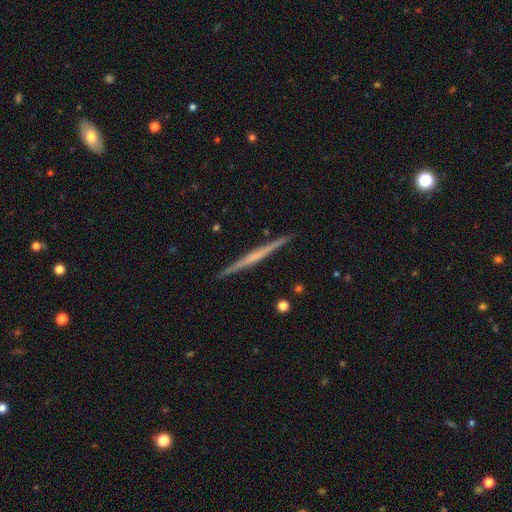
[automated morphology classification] Q: Smooth or featured?
A: featured or disk (69%); runner-up: smooth (26%)
Q: Edge-on disk?
A: yes (98%); runner-up: no (2%)
Q: Edge-on bulge?
A: none (62%); runner-up: rounded (28%)
Q: Merging?
A: none (92%); runner-up: minor disturbance (6%)